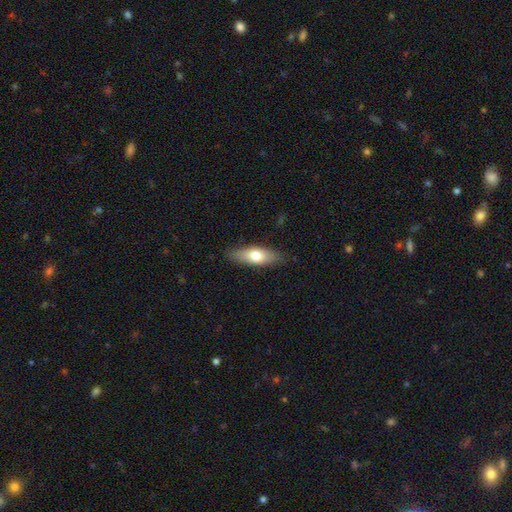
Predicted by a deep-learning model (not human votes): The model was most divided on "how rounded": in between: 65%, cigar-shaped: 32%, round: 3%. More confident: merging — none (83%); smooth or featured — smooth (68%).